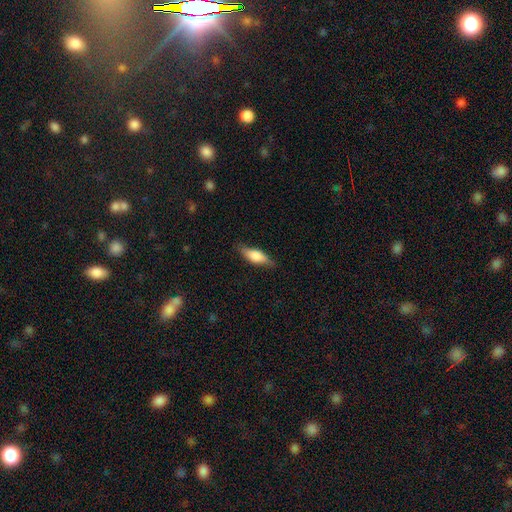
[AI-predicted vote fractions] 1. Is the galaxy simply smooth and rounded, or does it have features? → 70% smooth, 24% featured or disk, 6% star or artifact.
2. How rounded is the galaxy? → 64% in between, 33% cigar-shaped, 3% round.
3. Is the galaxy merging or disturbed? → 76% none, 19% minor disturbance, 4% major disturbance, 1% merger.